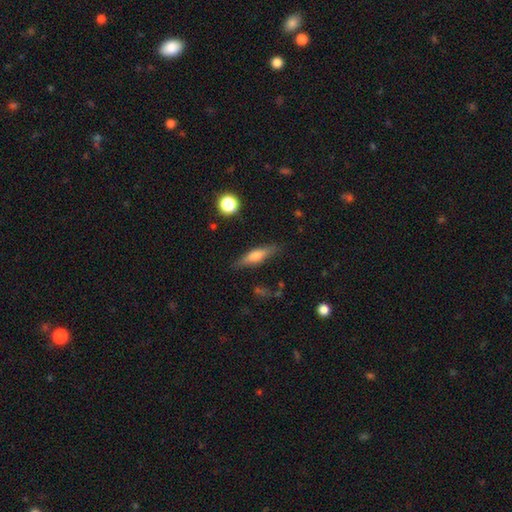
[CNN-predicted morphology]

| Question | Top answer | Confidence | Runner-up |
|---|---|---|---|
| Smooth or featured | smooth | 49% | featured or disk (44%) |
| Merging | none | 84% | minor disturbance (12%) |